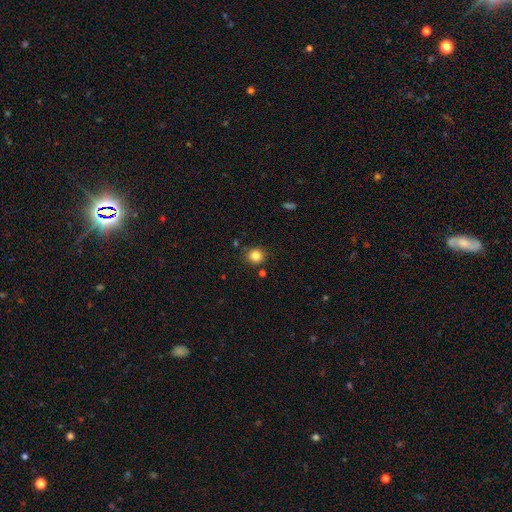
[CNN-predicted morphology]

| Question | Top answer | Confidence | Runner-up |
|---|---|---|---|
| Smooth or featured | smooth | 83% | star or artifact (12%) |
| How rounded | round | 90% | in between (9%) |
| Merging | none | 85% | minor disturbance (9%) |